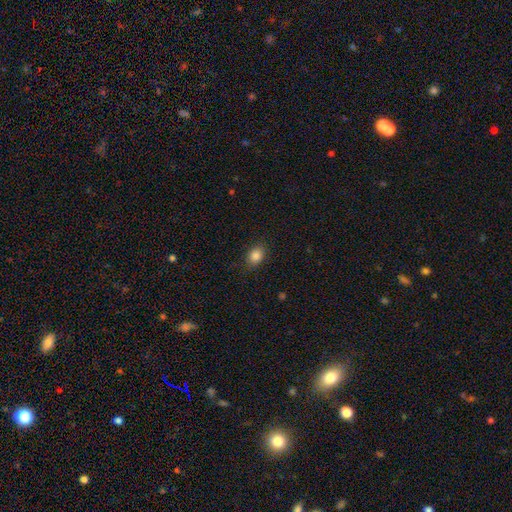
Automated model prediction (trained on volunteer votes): Smooth or featured? smooth (86%)
How rounded? in between (62%)
Merging? none (85%)